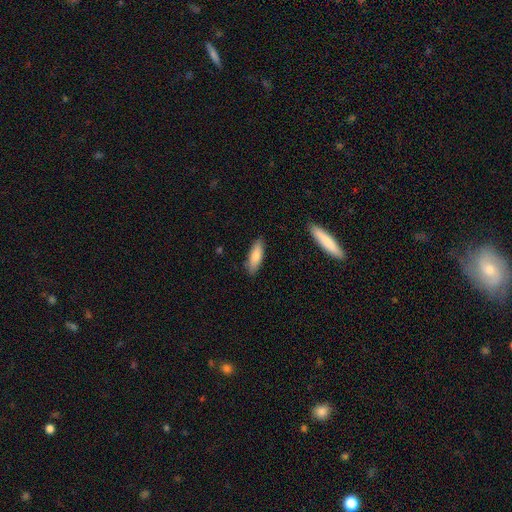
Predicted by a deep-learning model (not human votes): smooth 81%, featured or disk 13%, star or artifact 6%. Down the decision tree: how rounded — in between (55%); merging — none (86%).